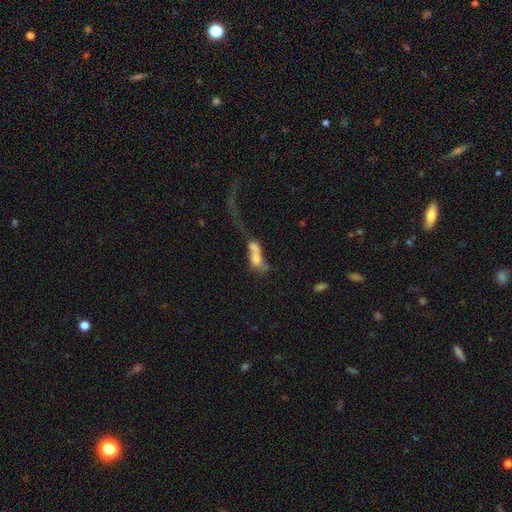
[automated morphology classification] A smooth galaxy with no disk features (53%) that is in between round and cigar-shaped (68%). Merging: merger (62%).